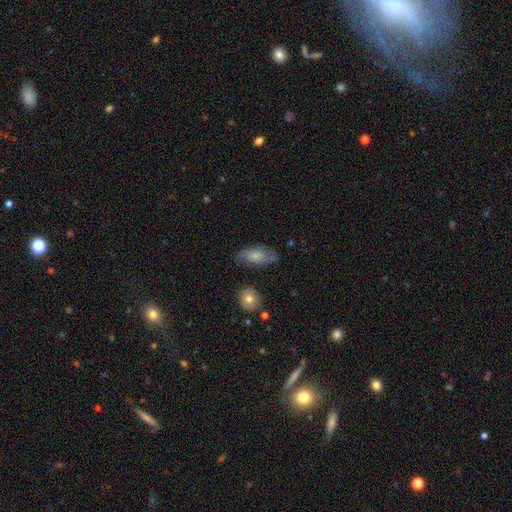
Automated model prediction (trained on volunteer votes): Smooth or featured?
  - smooth: 58% *
  - featured or disk: 35%
  - star or artifact: 7%
How rounded?
  - in between: 87% *
  - cigar-shaped: 8%
  - round: 4%
Merging?
  - none: 68% *
  - minor disturbance: 23%
  - major disturbance: 7%
  - merger: 3%